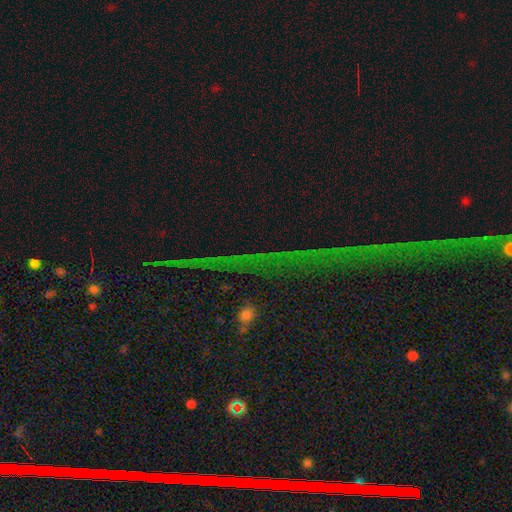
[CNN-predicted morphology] A star or artifact, not a galaxy (73%).